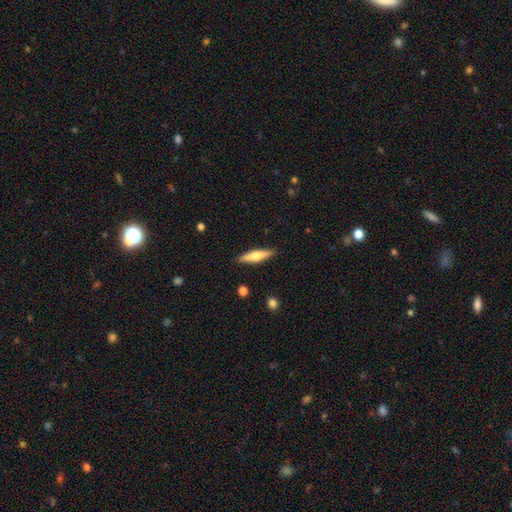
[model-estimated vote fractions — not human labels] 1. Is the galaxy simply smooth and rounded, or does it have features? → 48% featured or disk, 46% smooth, 6% star or artifact.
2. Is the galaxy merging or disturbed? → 89% none, 8% minor disturbance, 2% major disturbance, 1% merger.